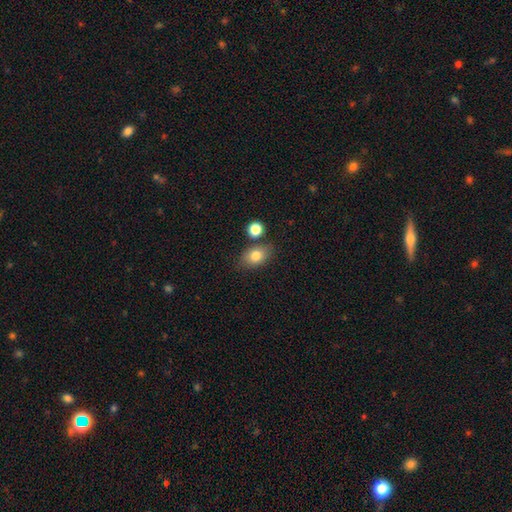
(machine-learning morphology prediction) Q: Smooth or featured?
A: smooth (79%); runner-up: featured or disk (12%)
Q: How rounded?
A: in between (77%); runner-up: round (21%)
Q: Merging?
A: none (72%); runner-up: minor disturbance (14%)